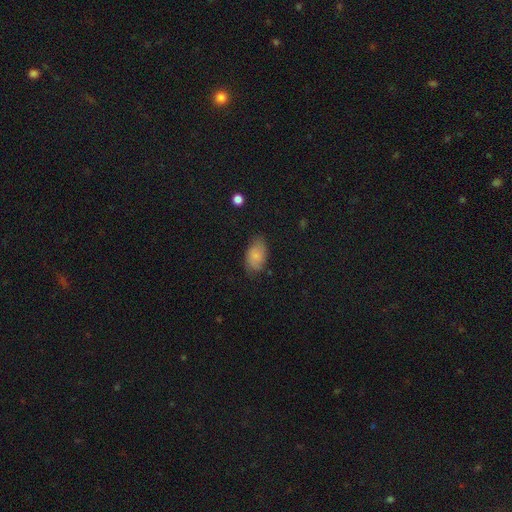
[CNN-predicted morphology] type=smooth (79%); roundness=in between (92%); merging=none (71%).